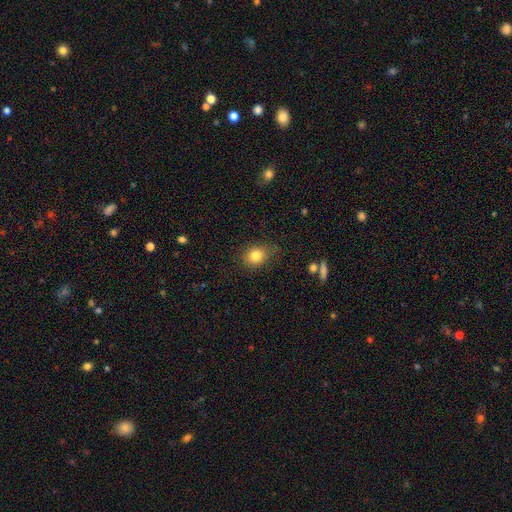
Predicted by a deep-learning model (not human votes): This is clearly a smooth galaxy (82%). How rounded: likely round (65%). Merging: likely none (74%).